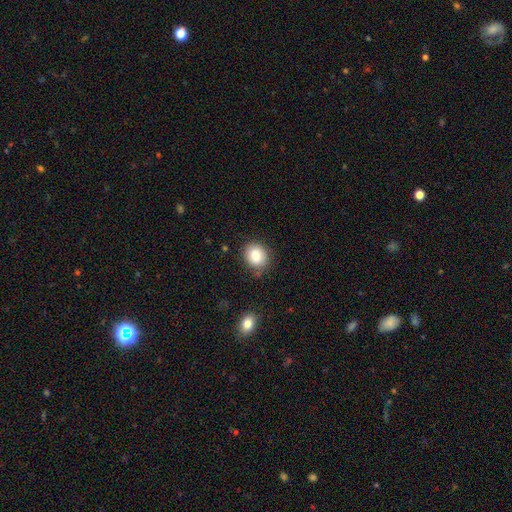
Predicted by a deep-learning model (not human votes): This is clearly a smooth galaxy (84%). How rounded: likely round (61%). Merging: likely none (79%).